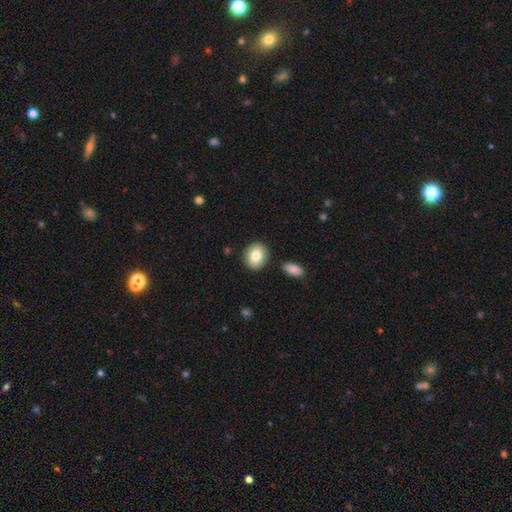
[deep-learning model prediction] This appears to be a smooth galaxy with no disk features (80%) that is round (68%). Merging: none (86%).